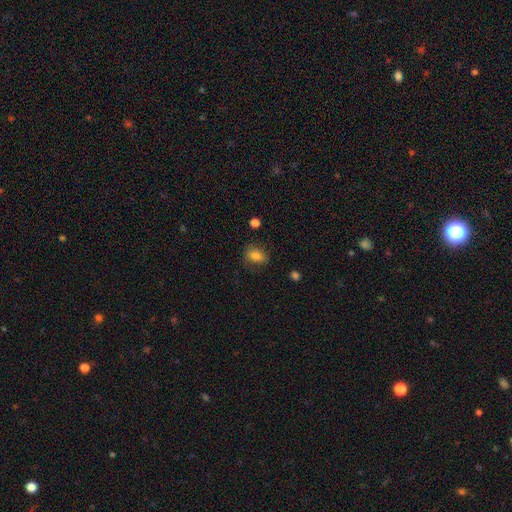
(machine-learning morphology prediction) Overall: smooth (79%). How rounded: in between (73%). Merging: none (76%).